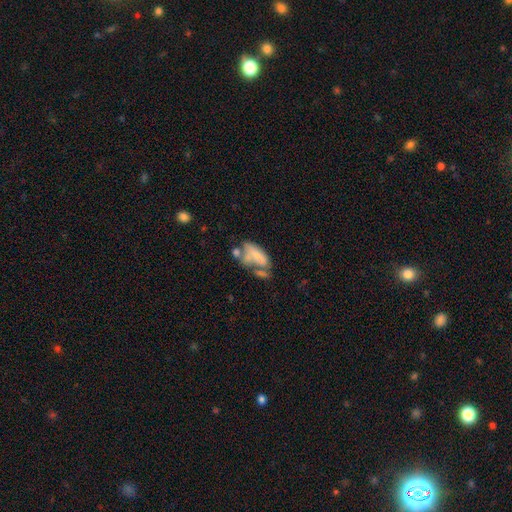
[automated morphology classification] smooth_or_featured: smooth (p=0.59) [alt: featured or disk p=0.31]
how_rounded: in between (p=0.86) [alt: cigar-shaped p=0.10]
merging: merger (p=0.34) [alt: major disturbance p=0.28]